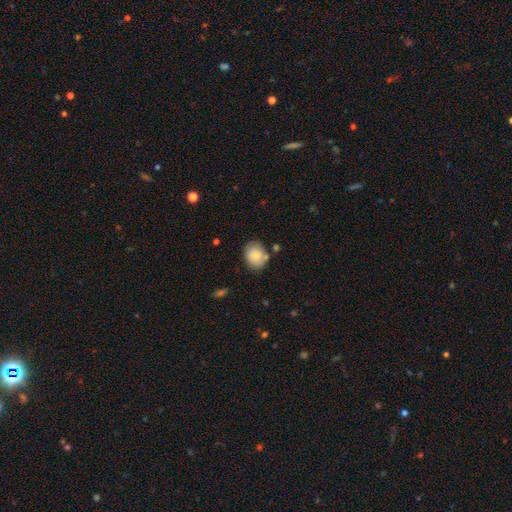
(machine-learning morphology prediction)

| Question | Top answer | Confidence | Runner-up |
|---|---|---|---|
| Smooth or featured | smooth | 81% | featured or disk (12%) |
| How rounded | round | 57% | in between (42%) |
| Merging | none | 72% | minor disturbance (17%) |